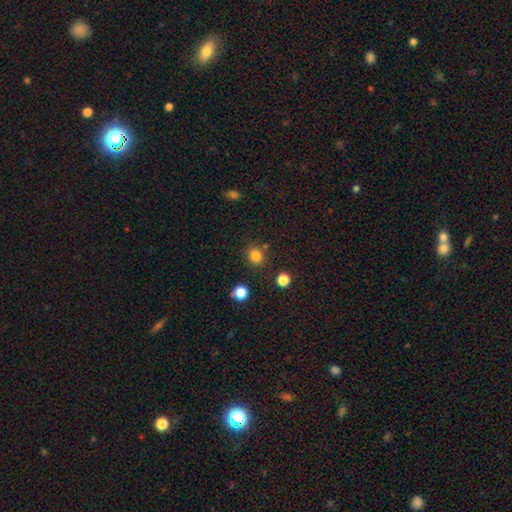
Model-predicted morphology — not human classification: Overall: smooth (81%). How rounded: round (78%). Merging: none (81%).